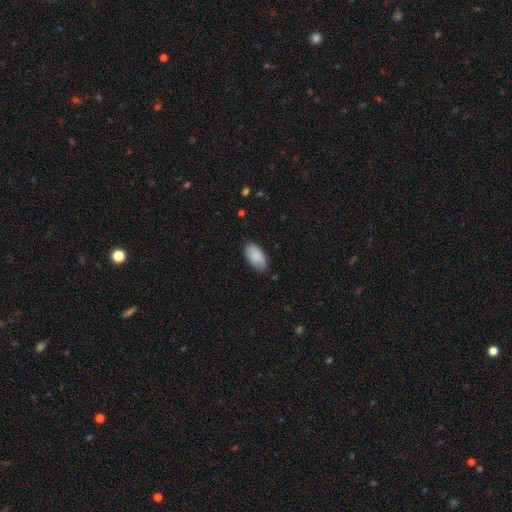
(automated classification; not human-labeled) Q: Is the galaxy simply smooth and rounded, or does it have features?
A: smooth — 88%.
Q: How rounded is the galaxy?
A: in between — 95%.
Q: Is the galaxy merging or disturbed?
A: none — 74%.